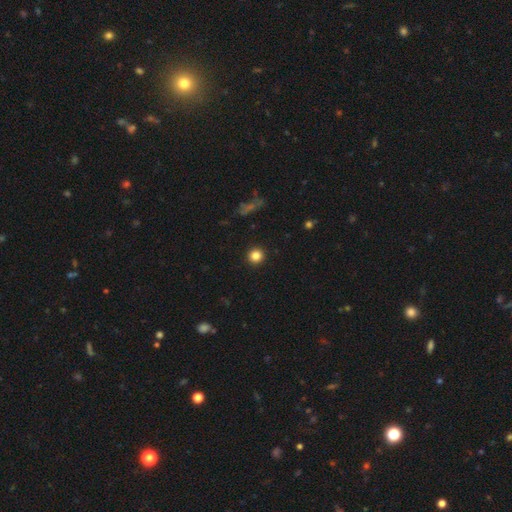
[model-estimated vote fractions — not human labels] A smooth galaxy with no disk features (84%) that is round (95%). Merging: none (93%).